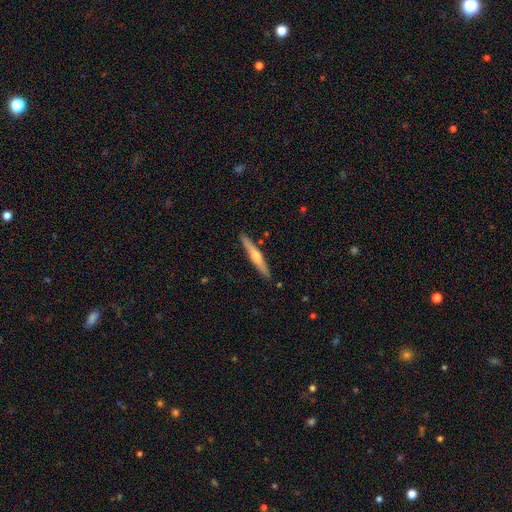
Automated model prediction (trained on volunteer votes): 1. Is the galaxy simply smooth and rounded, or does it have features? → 64% featured or disk, 31% smooth, 5% star or artifact.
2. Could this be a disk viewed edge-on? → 97% yes, 3% no.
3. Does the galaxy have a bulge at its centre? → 86% rounded, 9% none, 5% boxy.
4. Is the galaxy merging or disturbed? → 90% none, 7% minor disturbance, 1% major disturbance, 1% merger.